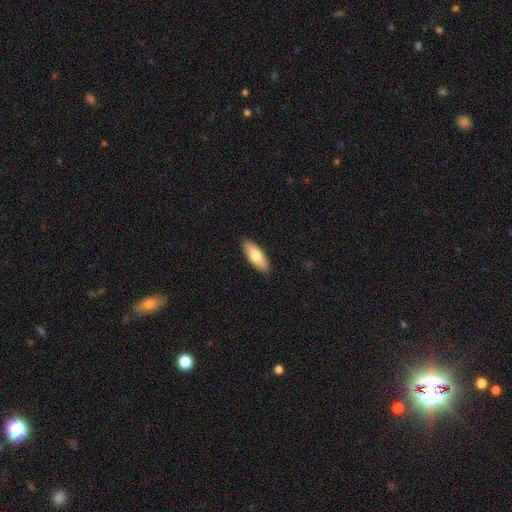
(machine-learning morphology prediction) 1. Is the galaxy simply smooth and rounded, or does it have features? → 78% smooth, 17% featured or disk, 6% star or artifact.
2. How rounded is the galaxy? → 73% in between, 25% cigar-shaped, 2% round.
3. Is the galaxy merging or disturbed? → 90% none, 8% minor disturbance, 2% major disturbance, 1% merger.